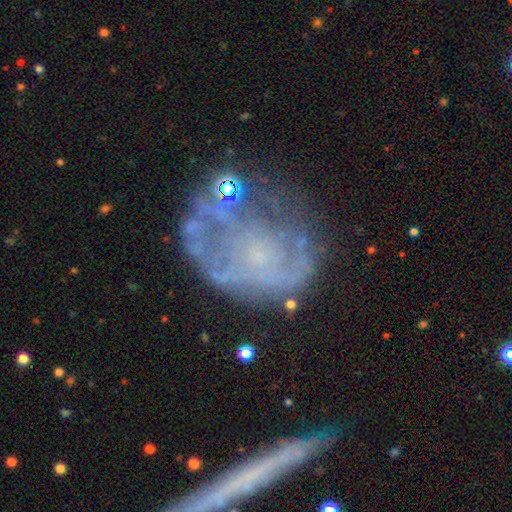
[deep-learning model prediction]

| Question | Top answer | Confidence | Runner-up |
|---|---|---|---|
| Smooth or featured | featured or disk | 62% | smooth (26%) |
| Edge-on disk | no | 95% | yes (5%) |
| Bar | no | 87% | weak (10%) |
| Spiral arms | no | 60% | yes (40%) |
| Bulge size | none | 54% | small (34%) |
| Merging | none | 42% | major disturbance (27%) |